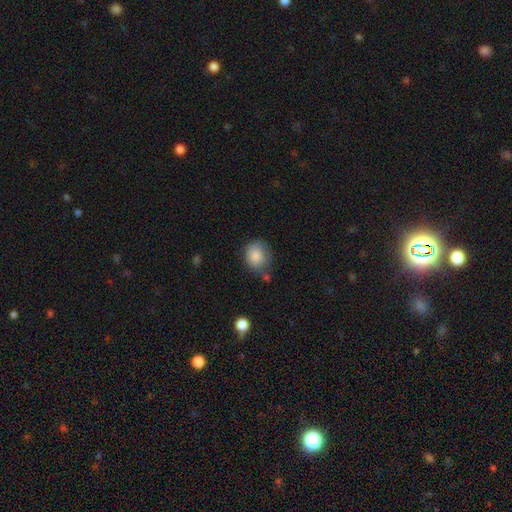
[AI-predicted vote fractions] Q: Smooth or featured?
A: smooth (85%); runner-up: star or artifact (8%)
Q: How rounded?
A: round (74%); runner-up: in between (25%)
Q: Merging?
A: none (62%); runner-up: minor disturbance (24%)